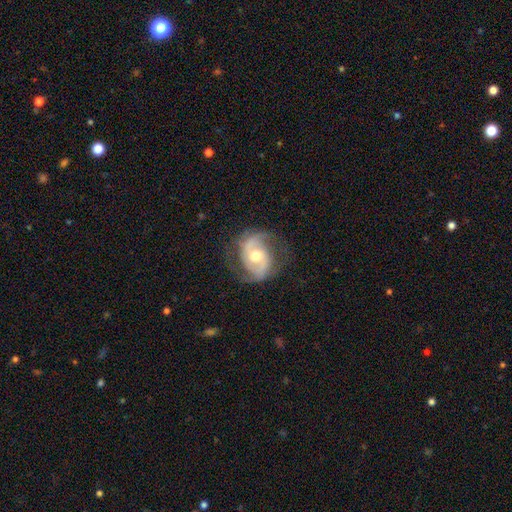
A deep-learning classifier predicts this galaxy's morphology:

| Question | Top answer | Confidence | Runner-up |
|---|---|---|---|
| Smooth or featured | featured or disk | 80% | smooth (15%) |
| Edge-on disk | no | 97% | yes (3%) |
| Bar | no | 55% | weak (33%) |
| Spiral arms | yes | 90% | no (10%) |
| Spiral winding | medium | 45% | tight (28%) |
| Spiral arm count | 2 | 83% | can't tell (8%) |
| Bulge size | moderate | 73% | small (17%) |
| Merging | none | 69% | minor disturbance (19%) |